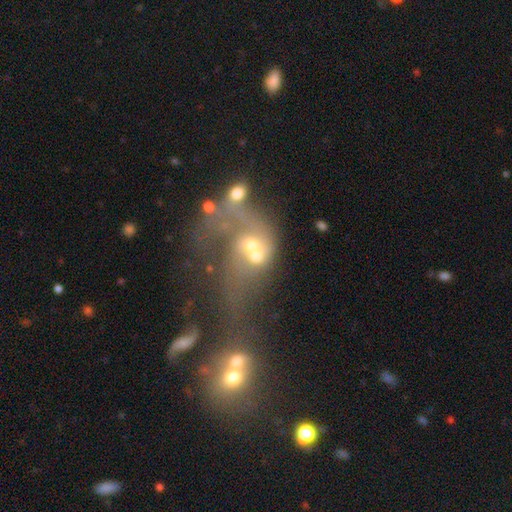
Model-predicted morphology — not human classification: Q: Smooth or featured?
A: featured or disk (46%); runner-up: smooth (39%)
Q: Merging?
A: merger (68%); runner-up: major disturbance (16%)